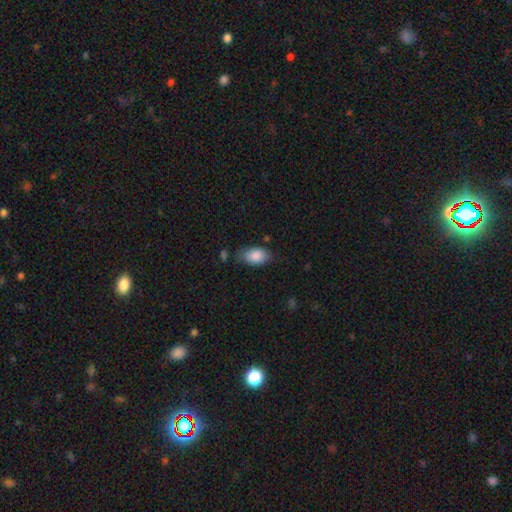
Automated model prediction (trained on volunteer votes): Smooth or featured: smooth — 87% (star or artifact — 7%)
How rounded: in between — 92% (round — 6%)
Merging: none — 68% (minor disturbance — 23%)